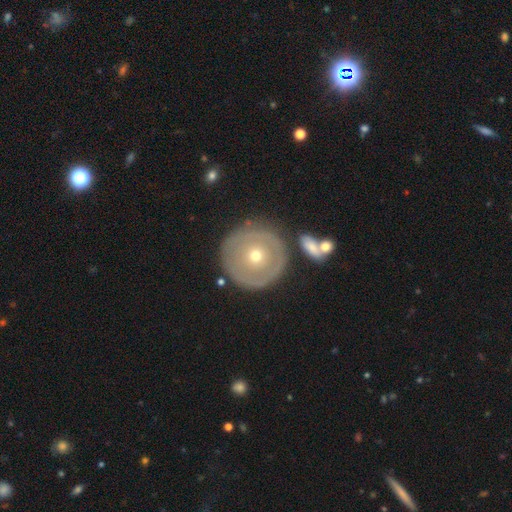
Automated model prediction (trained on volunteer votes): Overall: featured or disk (53%; smooth 40%). Edge-on disk: no (95%). Bar: no (92%). Spiral arms: no (82%). Bulge size: small (56%; moderate 40%). Merging: none (78%).